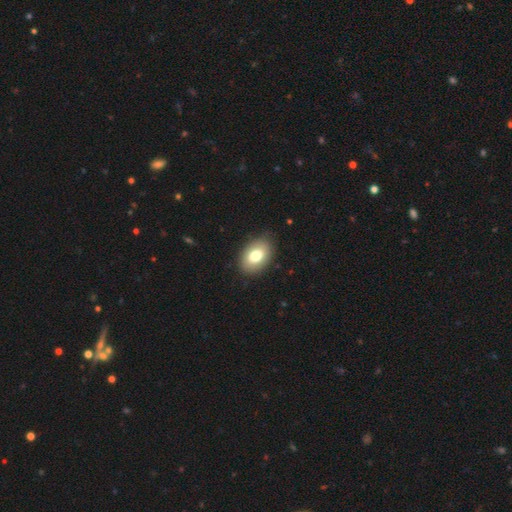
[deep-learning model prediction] Q: Smooth or featured?
A: smooth (77%); runner-up: featured or disk (16%)
Q: How rounded?
A: in between (86%); runner-up: round (13%)
Q: Merging?
A: none (86%); runner-up: minor disturbance (11%)